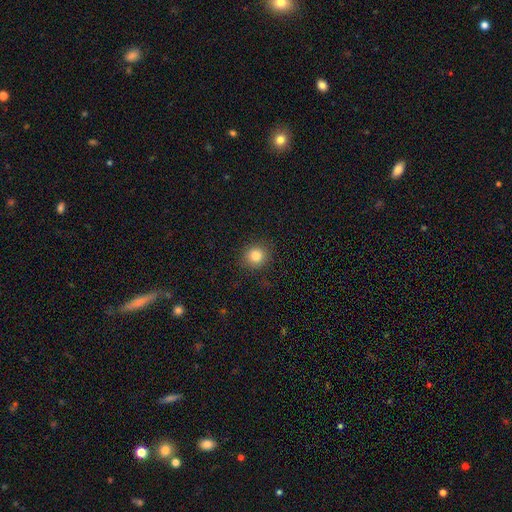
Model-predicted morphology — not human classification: smooth 82%, star or artifact 12%, featured or disk 6%. Down the decision tree: how rounded — round (86%); merging — none (89%).